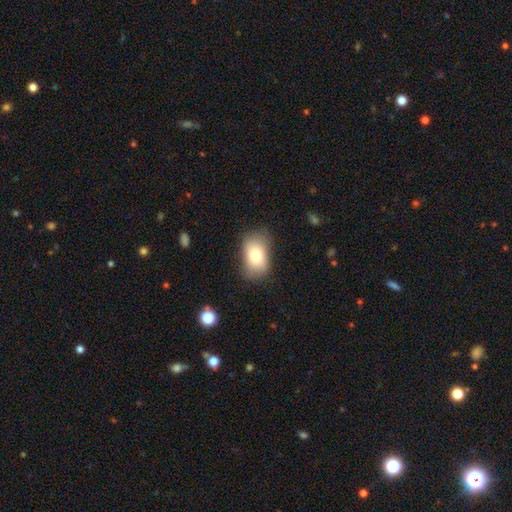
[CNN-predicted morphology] A smooth galaxy with no disk features (78%) that is in between round and cigar-shaped (86%). Merging: none (70%).